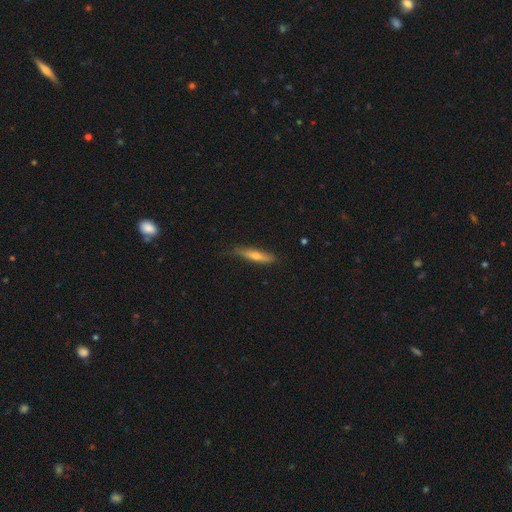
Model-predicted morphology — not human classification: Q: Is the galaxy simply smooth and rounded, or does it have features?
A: smooth — 49%.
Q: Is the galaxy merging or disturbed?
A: none — 79%.